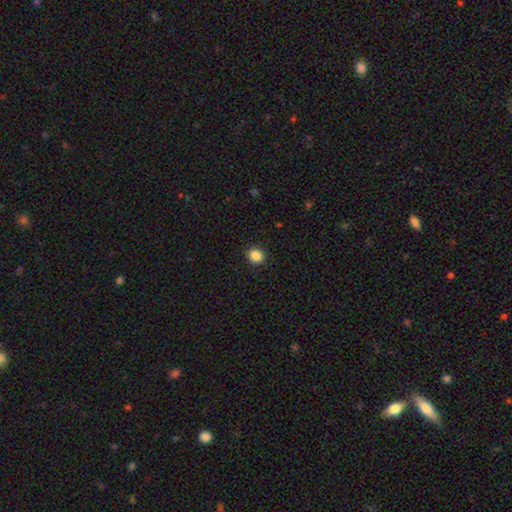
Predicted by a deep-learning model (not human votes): smooth-or-featured: smooth: 86% | star or artifact: 10% | featured or disk: 3%
  how-rounded: round: 81% | in between: 18% | cigar-shaped: 1%
  merging: none: 92% | minor disturbance: 5% | major disturbance: 2% | merger: 1%